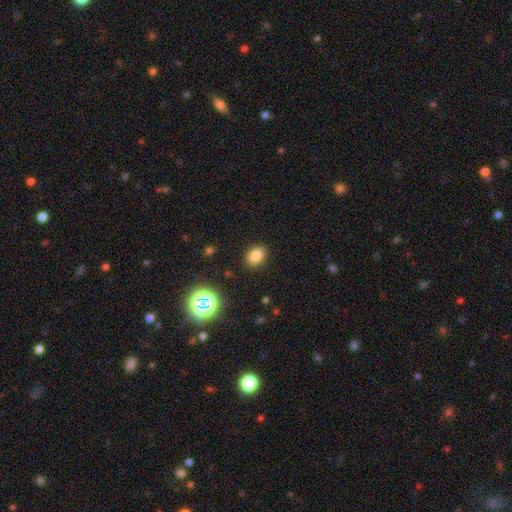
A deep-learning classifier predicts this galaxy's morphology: Q: Smooth or featured?
A: smooth (80%); runner-up: star or artifact (14%)
Q: How rounded?
A: in between (66%); runner-up: round (33%)
Q: Merging?
A: none (89%); runner-up: minor disturbance (8%)